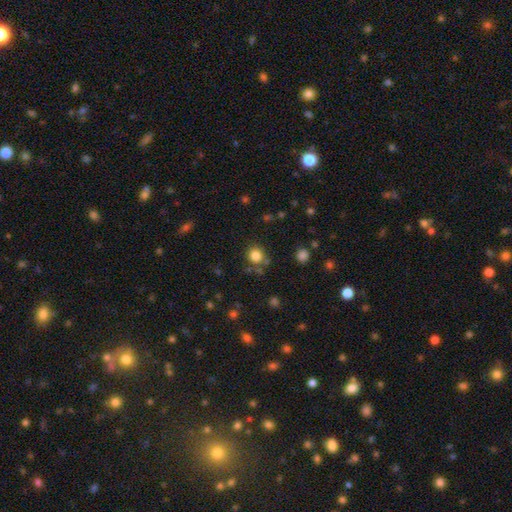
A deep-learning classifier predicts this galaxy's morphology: Overall: smooth (83%). How rounded: round (86%). Merging: none (77%).